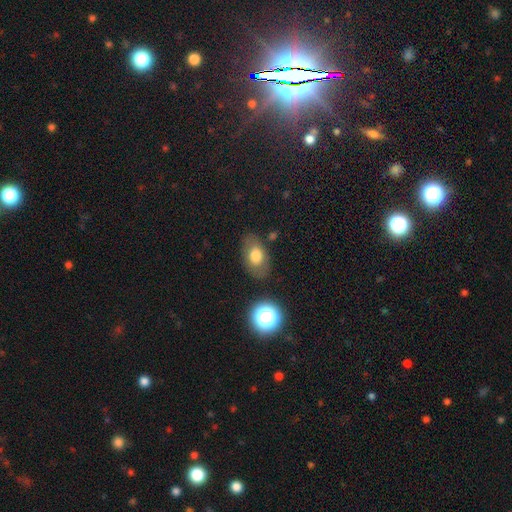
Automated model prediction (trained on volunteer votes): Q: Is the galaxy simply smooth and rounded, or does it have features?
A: smooth — 72%.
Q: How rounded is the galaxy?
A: in between — 83%.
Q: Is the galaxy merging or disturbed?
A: none — 78%.